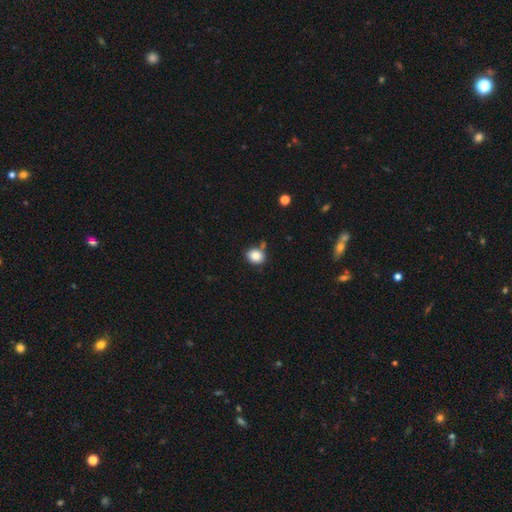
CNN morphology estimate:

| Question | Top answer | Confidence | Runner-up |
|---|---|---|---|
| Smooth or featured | smooth | 84% | star or artifact (10%) |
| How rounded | round | 50% | in between (49%) |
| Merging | none | 73% | minor disturbance (15%) |